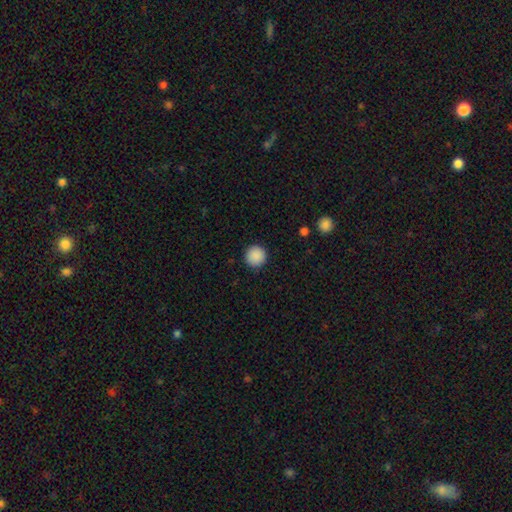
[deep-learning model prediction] Smooth or featured: smooth — 90% (star or artifact — 8%)
How rounded: round — 96% (in between — 3%)
Merging: none — 93% (minor disturbance — 5%)